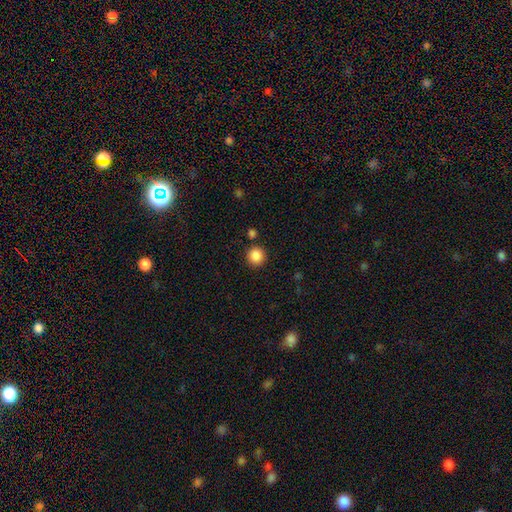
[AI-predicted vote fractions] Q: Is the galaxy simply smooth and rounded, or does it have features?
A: smooth — 87%.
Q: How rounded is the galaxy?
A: round — 94%.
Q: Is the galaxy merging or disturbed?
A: none — 87%.